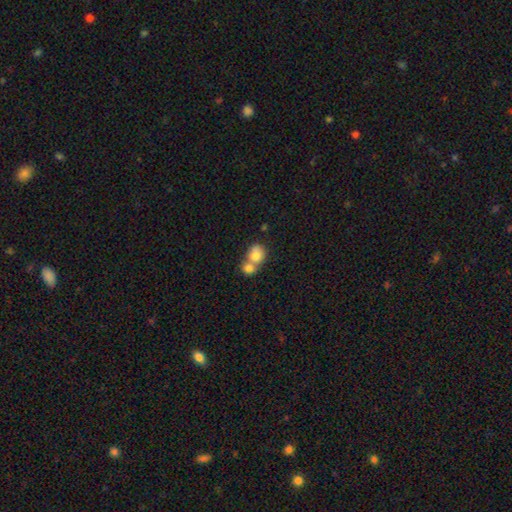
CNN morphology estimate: smooth-or-featured: smooth: 79% | featured or disk: 13% | star or artifact: 8%
  how-rounded: round: 64% | in between: 35% | cigar-shaped: 1%
  merging: merger: 66% | none: 25% | minor disturbance: 6% | major disturbance: 3%